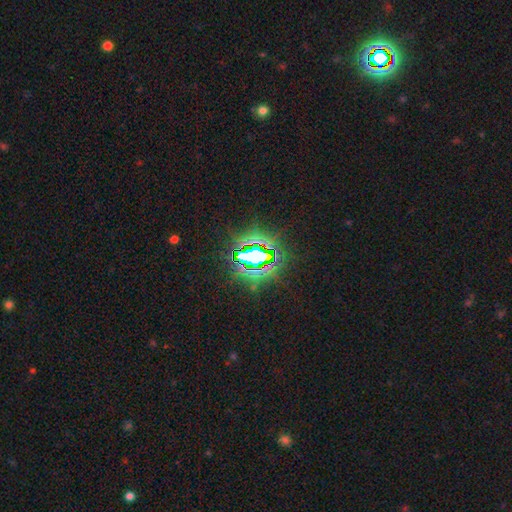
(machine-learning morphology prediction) Smooth or featured: star or artifact — 76% (smooth — 13%)